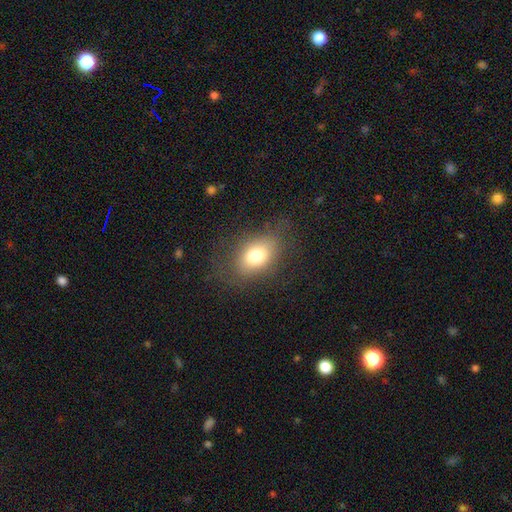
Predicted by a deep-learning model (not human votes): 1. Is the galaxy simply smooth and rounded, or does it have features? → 75% smooth, 14% featured or disk, 11% star or artifact.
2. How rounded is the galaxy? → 79% in between, 20% round, 2% cigar-shaped.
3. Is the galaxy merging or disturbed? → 74% none, 16% minor disturbance, 9% major disturbance, 1% merger.